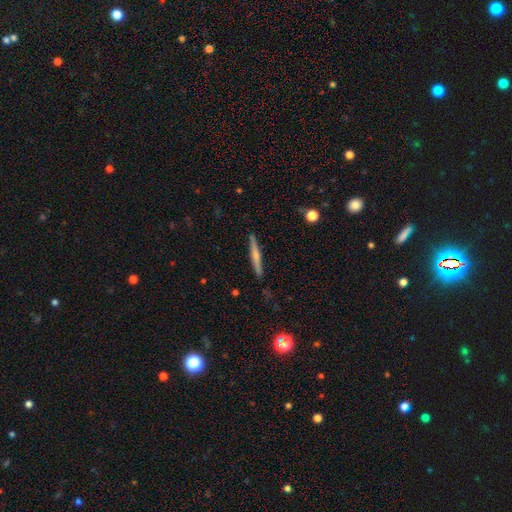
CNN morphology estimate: This appears to be a featured or disk galaxy (51%) viewed edge-on (97%). Merging: none (90%).